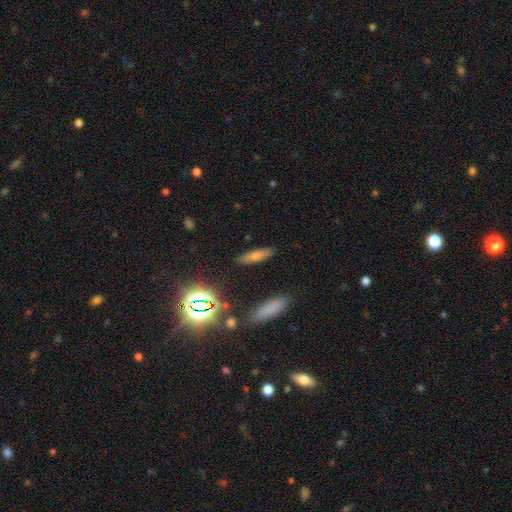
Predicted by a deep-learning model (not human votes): A smooth galaxy with no disk features (71%) that is cigar-shaped (63%).

Vote fractions:
- Smooth or featured? smooth: 71% / featured or disk: 17% / star or artifact: 12%
- How rounded? cigar-shaped: 63% / in between: 34% / round: 3%
- Merging? none: 87% / minor disturbance: 9% / major disturbance: 3% / merger: 2%